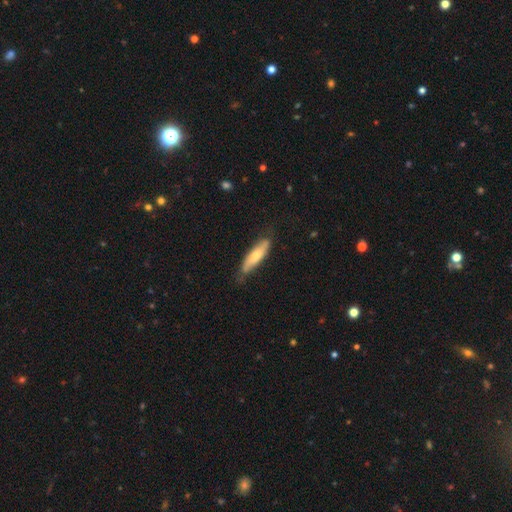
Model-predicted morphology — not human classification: Overall: smooth (65%; featured or disk 29%). How rounded: cigar-shaped (67%; in between 32%). Merging: none (68%).